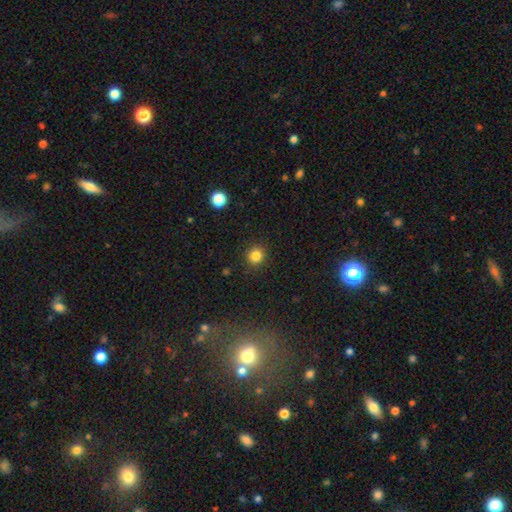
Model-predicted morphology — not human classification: smooth-or-featured: smooth: 83% | star or artifact: 12% | featured or disk: 5%
  how-rounded: round: 90% | in between: 9% | cigar-shaped: 1%
  merging: none: 90% | minor disturbance: 7% | major disturbance: 2% | merger: 1%